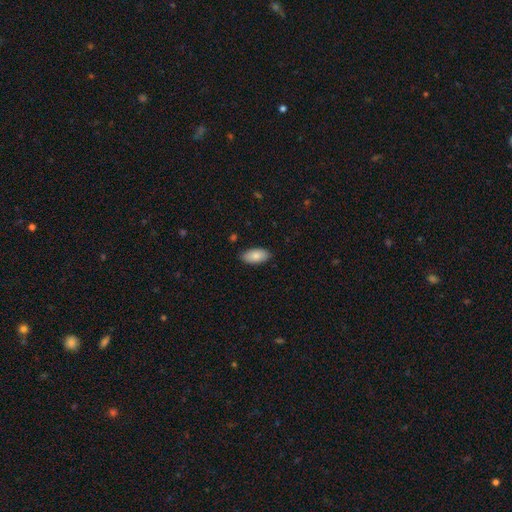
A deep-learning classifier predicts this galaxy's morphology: Smooth or featured? Predicted: smooth (p=0.83). How rounded? Predicted: in between (p=0.94). Merging? Predicted: none (p=0.86).